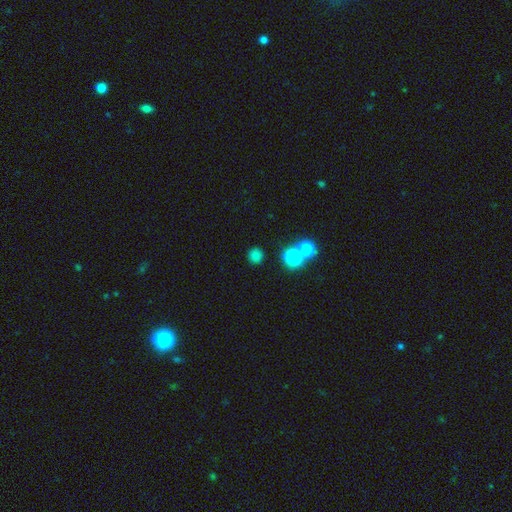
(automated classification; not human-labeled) Smooth or featured?
  - smooth: 75% *
  - star or artifact: 20%
  - featured or disk: 5%
How rounded?
  - round: 91% *
  - in between: 8%
  - cigar-shaped: 1%
Merging?
  - none: 80% *
  - merger: 9%
  - minor disturbance: 7%
  - major disturbance: 3%